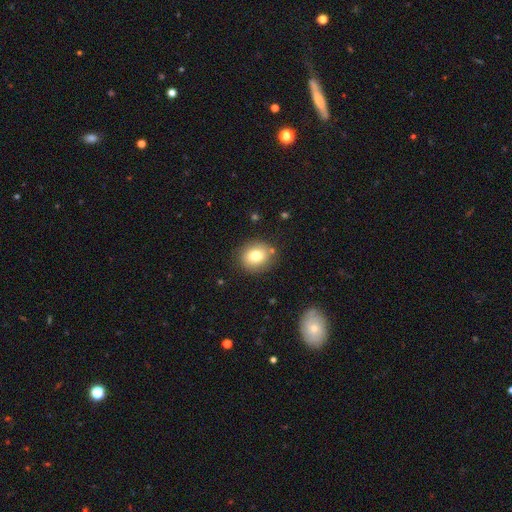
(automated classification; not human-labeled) Smooth or featured?
  - smooth: 78% *
  - featured or disk: 12%
  - star or artifact: 10%
How rounded?
  - round: 69% *
  - in between: 30%
  - cigar-shaped: 1%
Merging?
  - none: 83% *
  - minor disturbance: 11%
  - merger: 3%
  - major disturbance: 3%